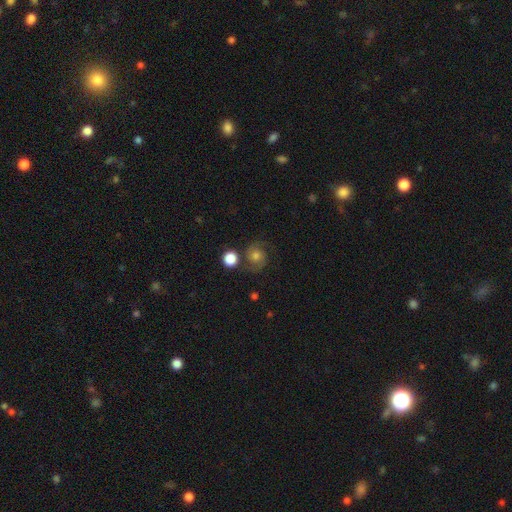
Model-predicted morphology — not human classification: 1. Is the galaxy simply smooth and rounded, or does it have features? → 50% featured or disk, 37% smooth, 13% star or artifact.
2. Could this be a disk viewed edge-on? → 97% no, 3% yes.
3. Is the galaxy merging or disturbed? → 70% none, 16% minor disturbance, 7% major disturbance, 6% merger.